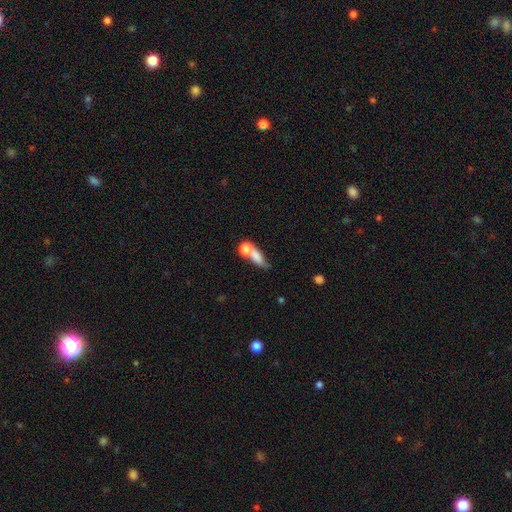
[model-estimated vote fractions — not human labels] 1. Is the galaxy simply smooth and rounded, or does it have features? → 70% smooth, 20% featured or disk, 10% star or artifact.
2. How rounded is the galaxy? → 55% in between, 24% round, 20% cigar-shaped.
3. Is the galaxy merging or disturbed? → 56% merger, 22% none, 11% major disturbance, 11% minor disturbance.